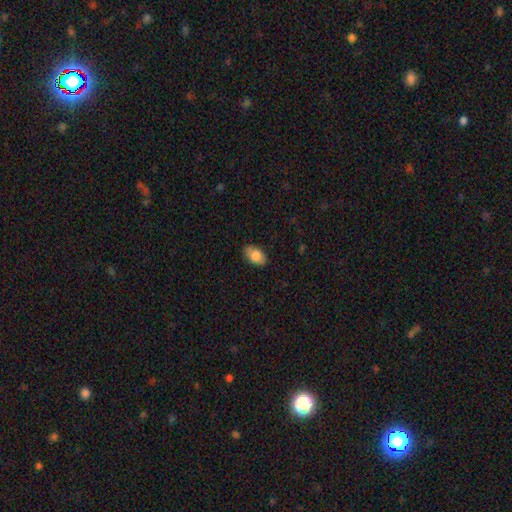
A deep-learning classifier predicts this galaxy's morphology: smooth-or-featured: smooth: 81% | featured or disk: 12% | star or artifact: 7%
  how-rounded: in between: 91% | round: 8% | cigar-shaped: 2%
  merging: none: 82% | minor disturbance: 14% | major disturbance: 3% | merger: 1%